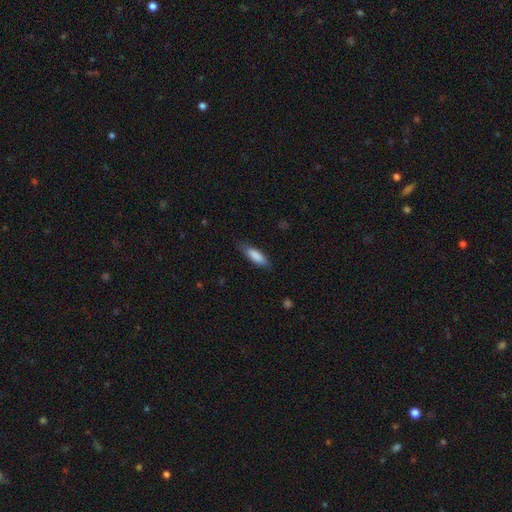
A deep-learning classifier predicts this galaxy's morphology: type=smooth (85%); roundness=in between (52%); merging=none (78%).